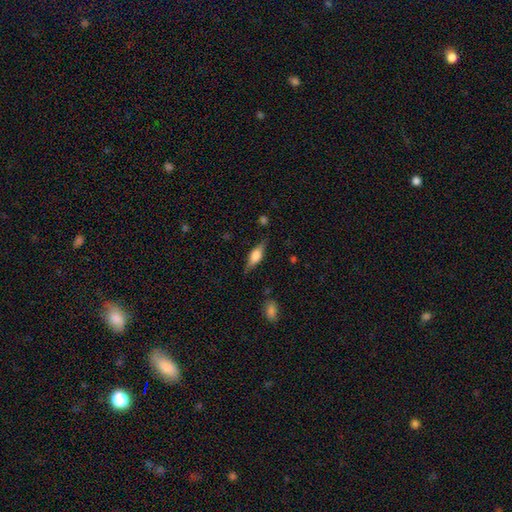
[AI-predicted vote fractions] Q: Smooth or featured?
A: smooth (50%); runner-up: featured or disk (43%)
Q: Merging?
A: none (78%); runner-up: minor disturbance (16%)